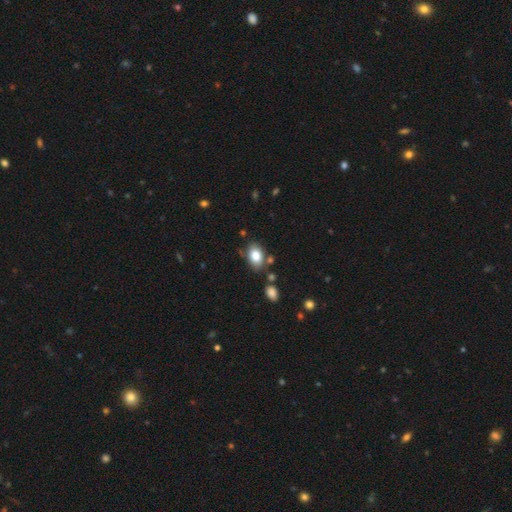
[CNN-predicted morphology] Q: Smooth or featured?
A: smooth (83%); runner-up: featured or disk (9%)
Q: How rounded?
A: in between (85%); runner-up: round (14%)
Q: Merging?
A: none (74%); runner-up: minor disturbance (16%)